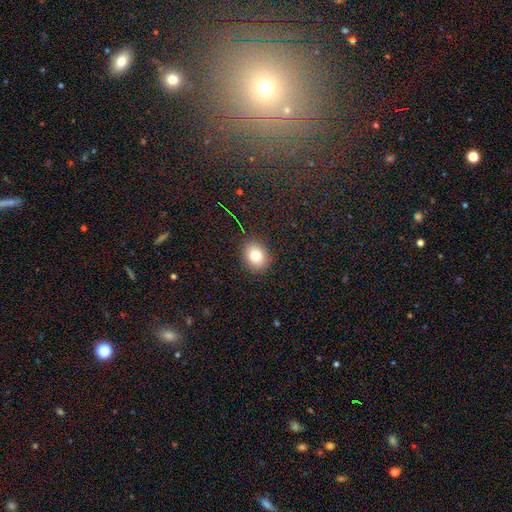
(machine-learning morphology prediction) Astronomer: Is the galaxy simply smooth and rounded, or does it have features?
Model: smooth — 78%.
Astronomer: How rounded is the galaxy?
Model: round — 51% (runner-up: in between, 48%).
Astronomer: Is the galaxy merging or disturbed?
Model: none — 88%.